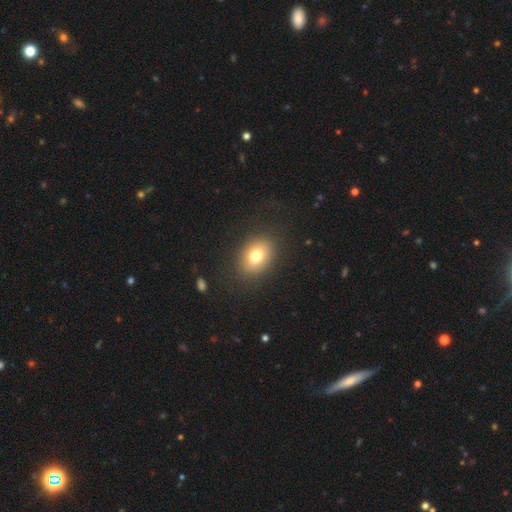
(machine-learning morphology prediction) Smooth or featured?
  - smooth: 76% *
  - featured or disk: 14%
  - star or artifact: 10%
How rounded?
  - in between: 71% *
  - round: 28%
  - cigar-shaped: 1%
Merging?
  - none: 86% *
  - minor disturbance: 9%
  - major disturbance: 4%
  - merger: 1%